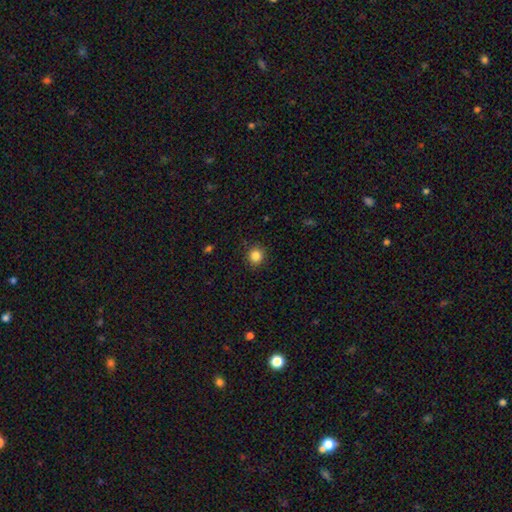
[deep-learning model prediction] A smooth galaxy with no disk features (85%) that is round (91%). Merging: none (90%).